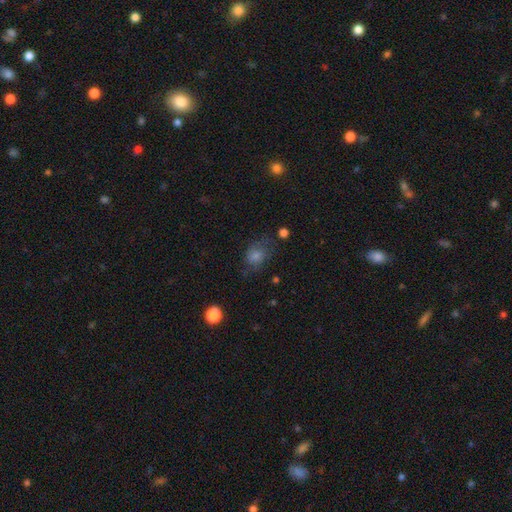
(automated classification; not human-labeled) Overall: smooth (57%; featured or disk 24%). How rounded: in between (59%; round 39%). Merging: none (60%; minor disturbance 23%).